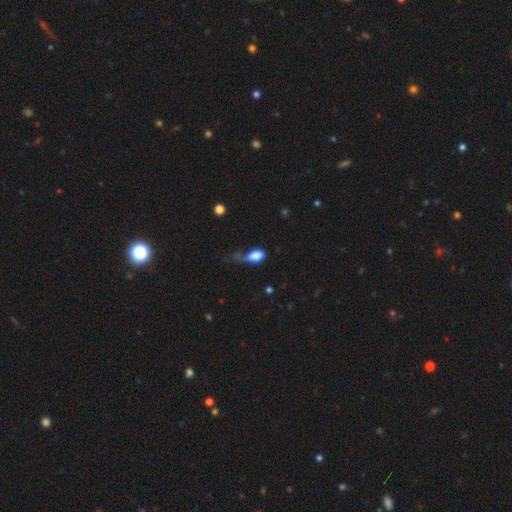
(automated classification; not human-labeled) smooth_or_featured: smooth (p=0.80) [alt: featured or disk p=0.12]
how_rounded: in between (p=0.83) [alt: round p=0.13]
merging: major disturbance (p=0.42) [alt: minor disturbance p=0.27]